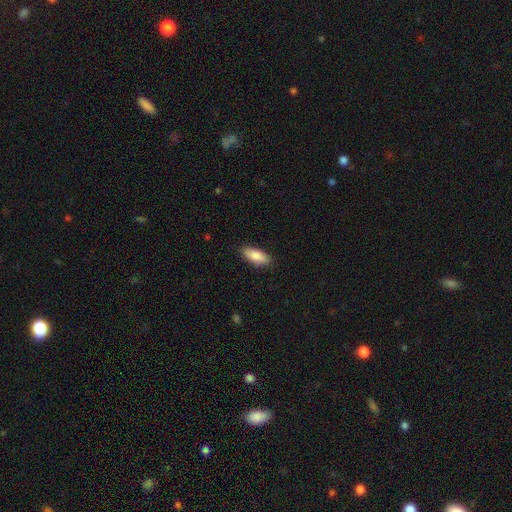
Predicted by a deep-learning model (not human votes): Smooth or featured?
  - smooth: 84% *
  - featured or disk: 10%
  - star or artifact: 6%
How rounded?
  - in between: 80% *
  - cigar-shaped: 18%
  - round: 2%
Merging?
  - none: 87% *
  - minor disturbance: 10%
  - major disturbance: 2%
  - merger: 1%